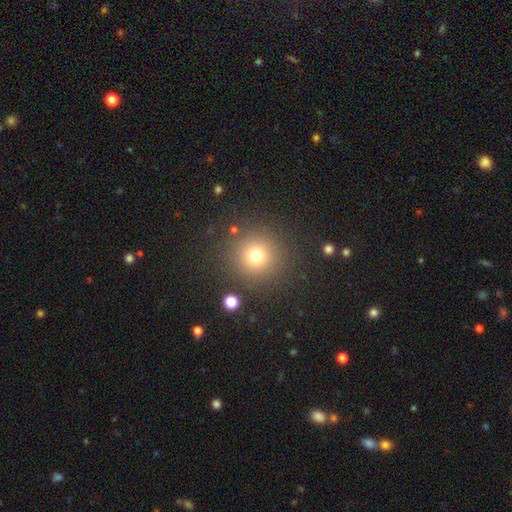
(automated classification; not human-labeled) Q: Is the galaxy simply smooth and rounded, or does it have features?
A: smooth — 75%.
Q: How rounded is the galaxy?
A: round — 95%.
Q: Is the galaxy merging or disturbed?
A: none — 88%.